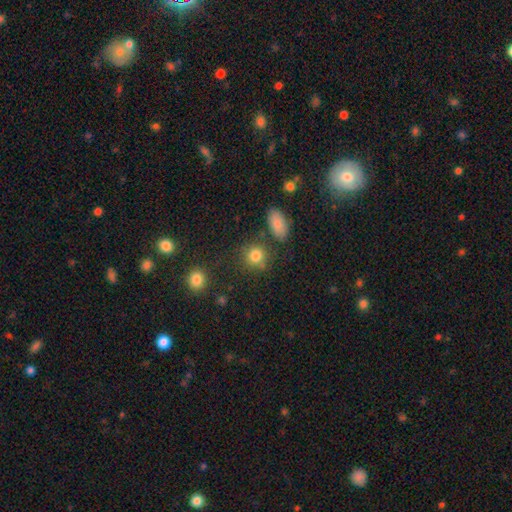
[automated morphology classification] Smooth or featured: smooth — 81% (star or artifact — 12%)
How rounded: round — 83% (in between — 16%)
Merging: none — 73% (minor disturbance — 13%)